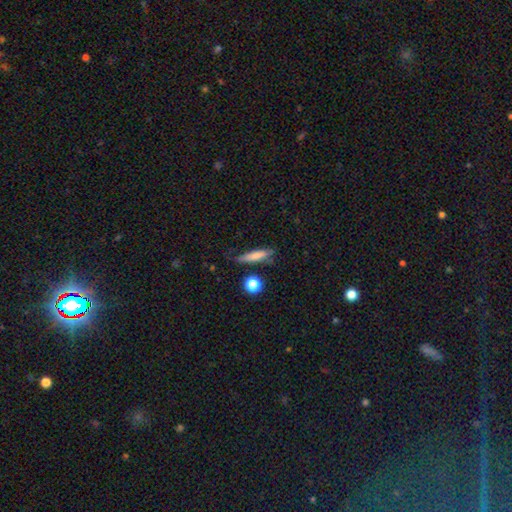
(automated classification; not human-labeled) smooth-or-featured: smooth: 74% | featured or disk: 18% | star or artifact: 9%
  how-rounded: cigar-shaped: 79% | in between: 17% | round: 4%
  merging: none: 70% | minor disturbance: 20% | major disturbance: 6% | merger: 4%